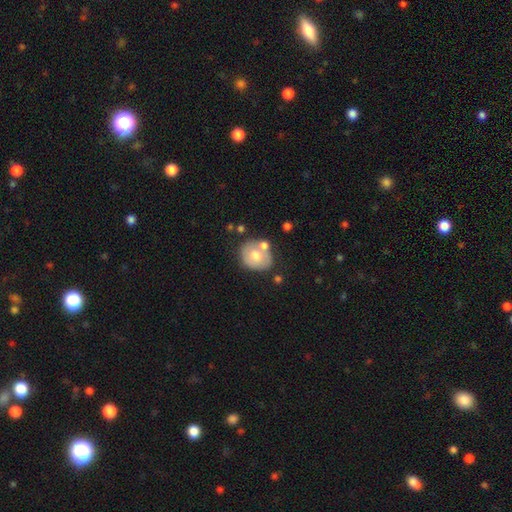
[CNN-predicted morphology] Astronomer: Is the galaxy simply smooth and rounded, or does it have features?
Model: smooth — 58% (runner-up: featured or disk, 35%).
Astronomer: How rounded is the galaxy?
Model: round — 64%.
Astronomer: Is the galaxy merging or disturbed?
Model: none — 52%.